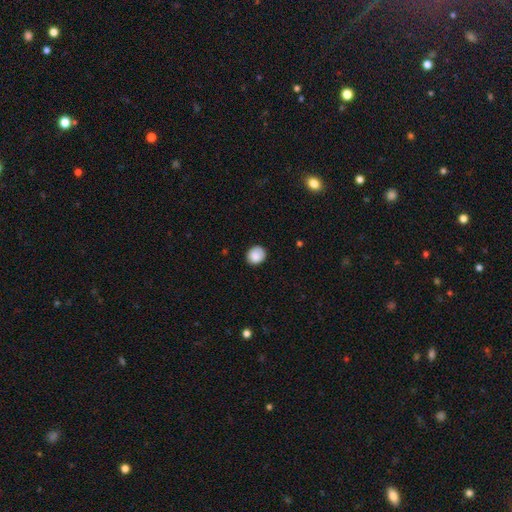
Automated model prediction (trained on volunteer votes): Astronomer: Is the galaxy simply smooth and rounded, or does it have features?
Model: smooth — 87%.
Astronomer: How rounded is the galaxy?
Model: round — 79%.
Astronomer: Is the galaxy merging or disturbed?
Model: none — 84%.